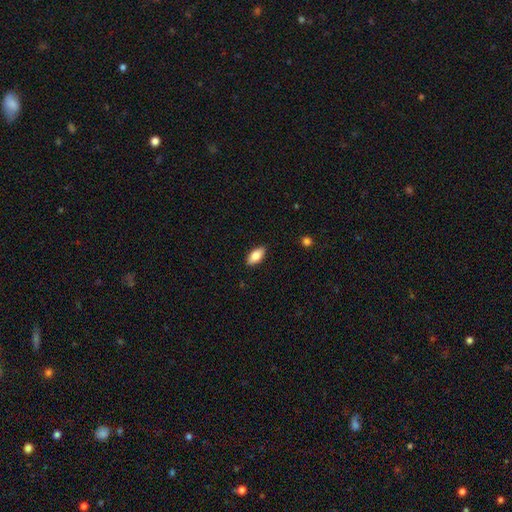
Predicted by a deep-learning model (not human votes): smooth_or_featured: smooth (p=0.81) [alt: featured or disk p=0.13]
how_rounded: in between (p=0.89) [alt: cigar-shaped p=0.09]
merging: none (p=0.88) [alt: minor disturbance p=0.09]